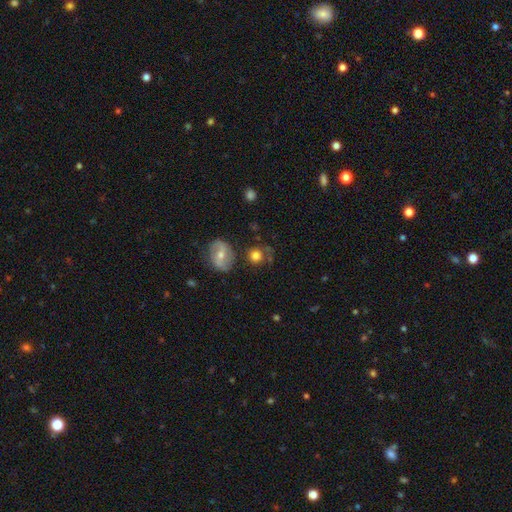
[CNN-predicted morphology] Overall: smooth (76%). How rounded: round (85%). Merging: none (71%).